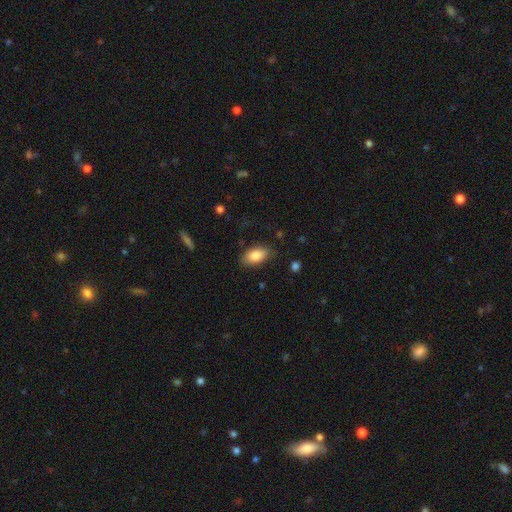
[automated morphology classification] smooth 85%, featured or disk 8%, star or artifact 7%. Down the decision tree: how rounded — in between (91%); merging — none (81%).